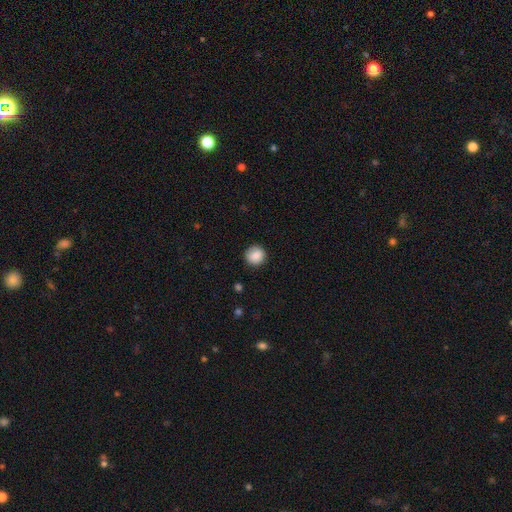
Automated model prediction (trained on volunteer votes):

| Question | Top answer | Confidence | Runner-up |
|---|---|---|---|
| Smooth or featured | smooth | 88% | star or artifact (8%) |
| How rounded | round | 94% | in between (5%) |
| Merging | none | 89% | minor disturbance (8%) |